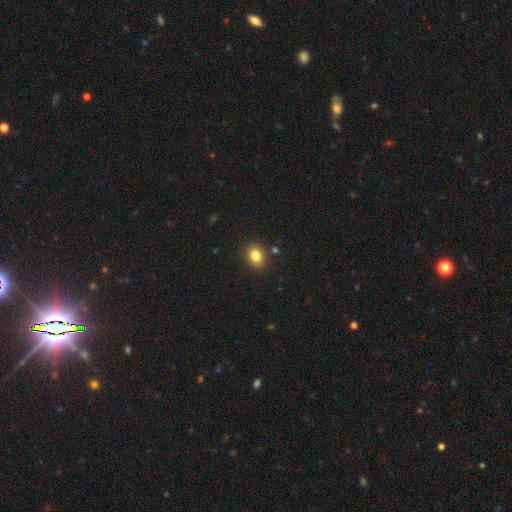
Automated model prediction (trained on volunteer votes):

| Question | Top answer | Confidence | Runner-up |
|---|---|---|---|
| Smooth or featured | smooth | 82% | star or artifact (11%) |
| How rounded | in between | 55% | round (44%) |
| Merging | none | 86% | minor disturbance (9%) |